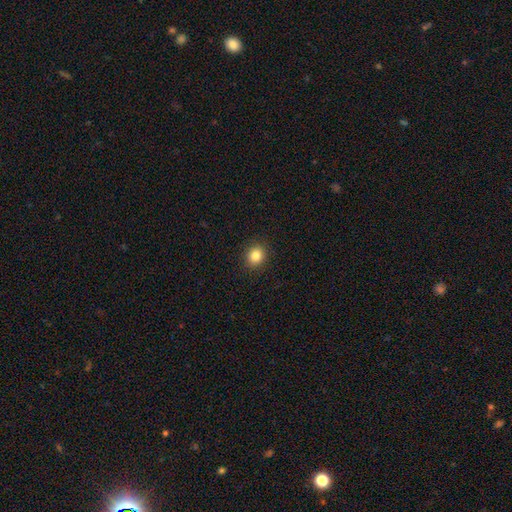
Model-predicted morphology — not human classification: The model was most divided on "how rounded": round: 76%, in between: 23%, cigar-shaped: 1%. More confident: merging — none (91%); smooth or featured — smooth (84%).